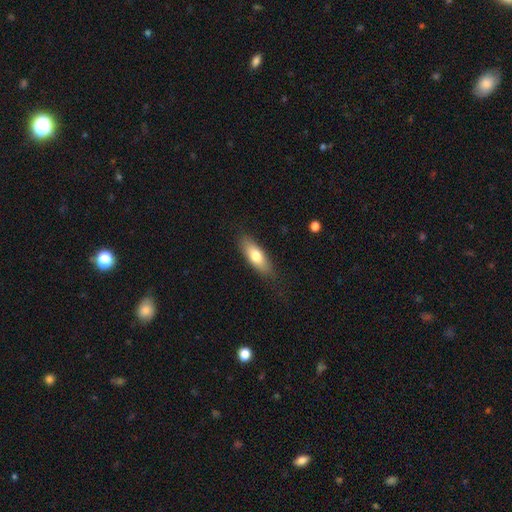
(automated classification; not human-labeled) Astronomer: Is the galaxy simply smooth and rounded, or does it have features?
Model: smooth — 72%.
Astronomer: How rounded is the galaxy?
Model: in between — 65%.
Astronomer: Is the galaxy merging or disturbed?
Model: none — 81%.